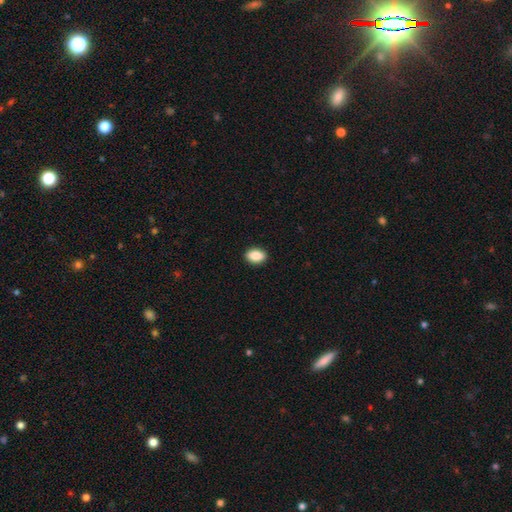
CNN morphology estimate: Smooth or featured?
  - smooth: 88% *
  - star or artifact: 7%
  - featured or disk: 5%
How rounded?
  - in between: 78% *
  - round: 20%
  - cigar-shaped: 2%
Merging?
  - none: 91% *
  - minor disturbance: 7%
  - major disturbance: 2%
  - merger: 1%